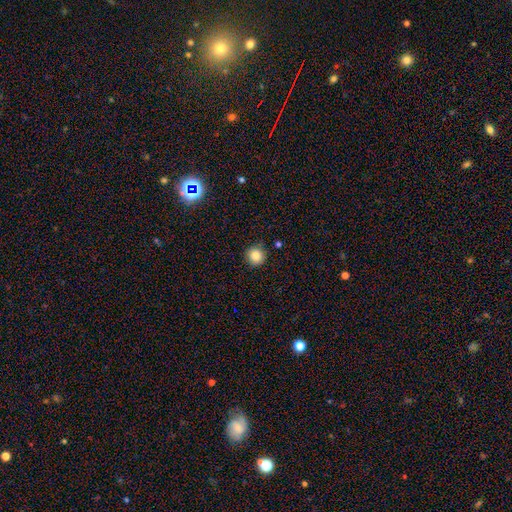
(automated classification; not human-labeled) This appears to be a smooth galaxy with no disk features (86%) that is round (94%). Merging: none (87%).